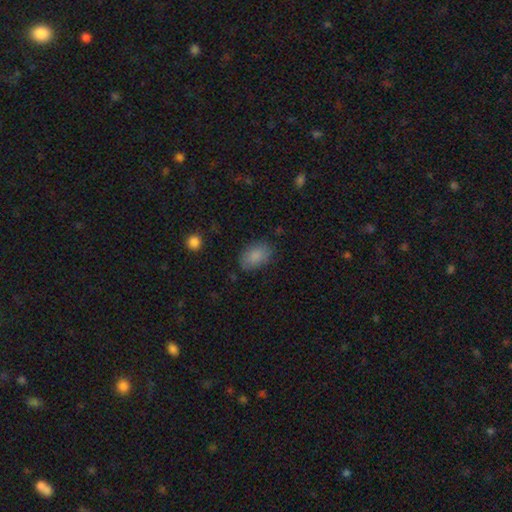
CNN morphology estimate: smooth 86%, star or artifact 8%, featured or disk 6%. Down the decision tree: how rounded — in between (87%); merging — none (80%).